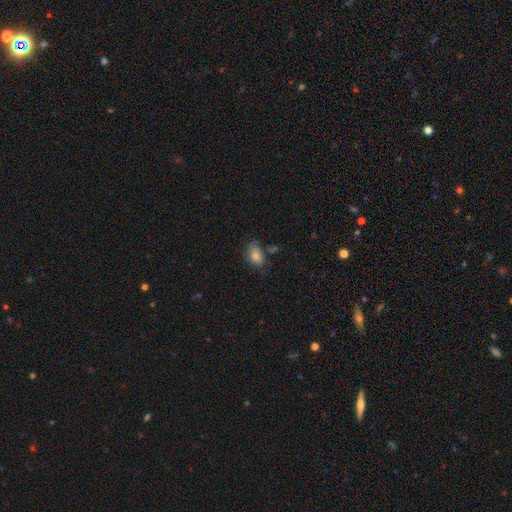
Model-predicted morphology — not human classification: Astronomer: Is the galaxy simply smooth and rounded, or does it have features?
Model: smooth — 74%.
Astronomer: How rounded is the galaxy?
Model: in between — 83%.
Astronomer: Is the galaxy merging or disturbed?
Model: none — 56%.